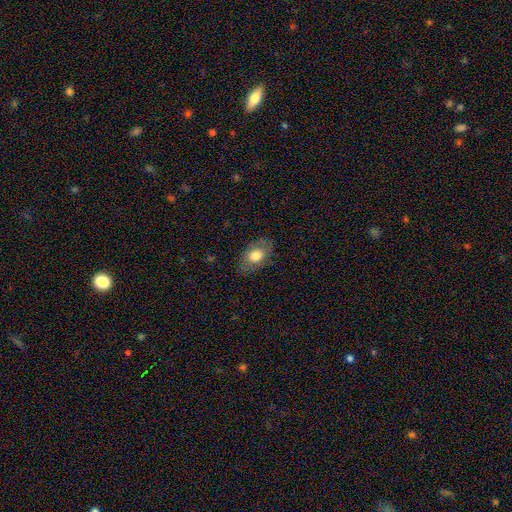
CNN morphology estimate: smooth-or-featured: smooth: 74% | featured or disk: 19% | star or artifact: 8%
  how-rounded: in between: 86% | round: 12% | cigar-shaped: 2%
  merging: none: 79% | minor disturbance: 15% | major disturbance: 5% | merger: 1%